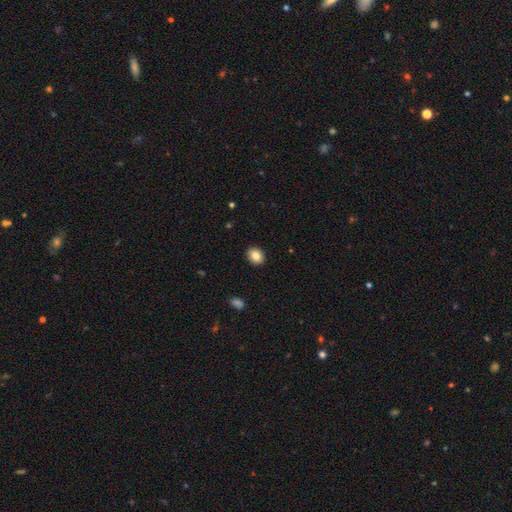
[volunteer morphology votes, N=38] A smooth galaxy with no disk features (76%) that is round (72%).

Vote fractions:
- Smooth or featured? smooth: 76% / featured or disk: 18% / star or artifact: 5%
- How rounded? round: 72% / in between: 24% / cigar-shaped: 3%
- Merging? none: 92% / minor disturbance: 8% / major disturbance: 0% / merger: 0%